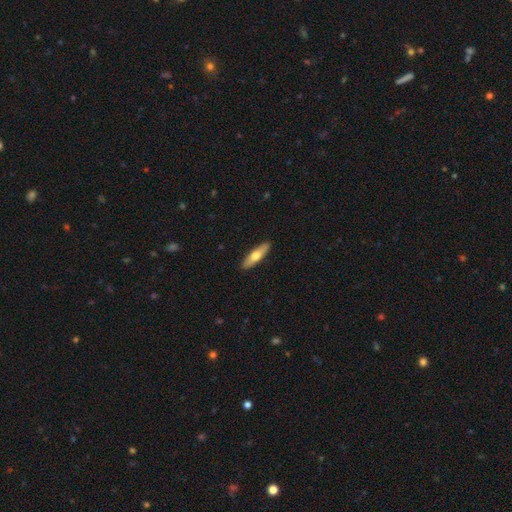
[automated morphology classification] smooth 61%, featured or disk 34%, star or artifact 5%. Down the decision tree: how rounded — cigar-shaped (66%); merging — none (90%).